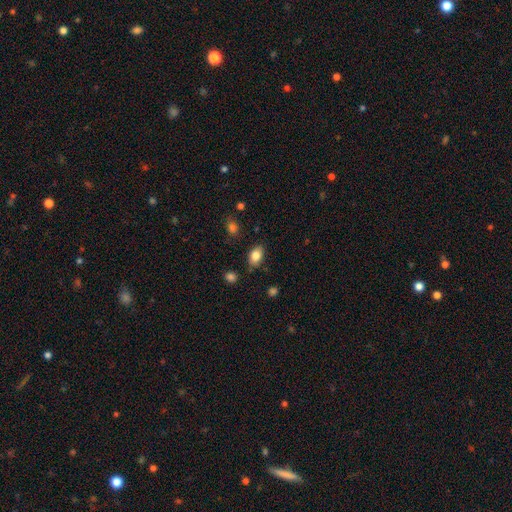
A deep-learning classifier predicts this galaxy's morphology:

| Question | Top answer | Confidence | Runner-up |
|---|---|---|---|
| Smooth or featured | smooth | 83% | star or artifact (8%) |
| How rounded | in between | 84% | round (14%) |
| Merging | none | 79% | minor disturbance (16%) |